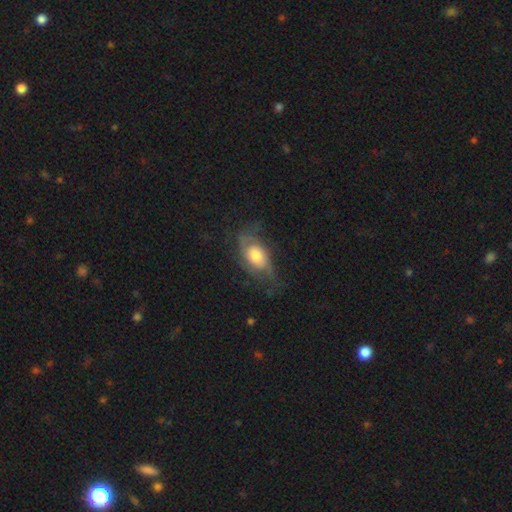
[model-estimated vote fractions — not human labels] Smooth or featured? featured or disk (55%)
Edge-on disk? no (90%)
Merging? none (50%)